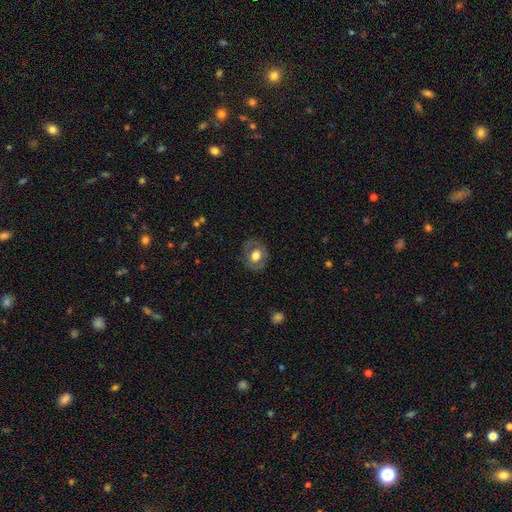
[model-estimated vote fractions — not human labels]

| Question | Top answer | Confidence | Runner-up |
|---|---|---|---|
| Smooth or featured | smooth | 56% | featured or disk (36%) |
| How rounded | round | 66% | in between (33%) |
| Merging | none | 78% | minor disturbance (15%) |